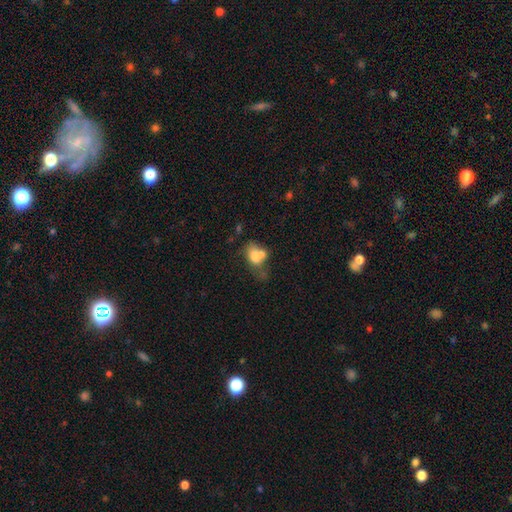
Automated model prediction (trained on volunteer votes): Q: Smooth or featured?
A: smooth (71%); runner-up: featured or disk (19%)
Q: How rounded?
A: in between (63%); runner-up: round (36%)
Q: Merging?
A: merger (49%); runner-up: none (24%)